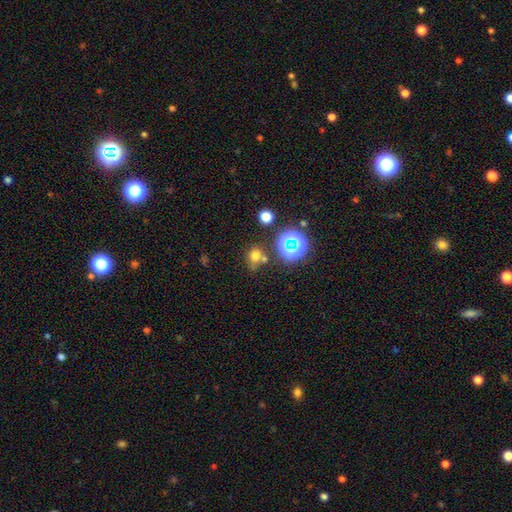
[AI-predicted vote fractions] The model was most divided on "how rounded": round: 67%, in between: 32%, cigar-shaped: 1%. More confident: smooth or featured — smooth (66%); merging — none (60%).